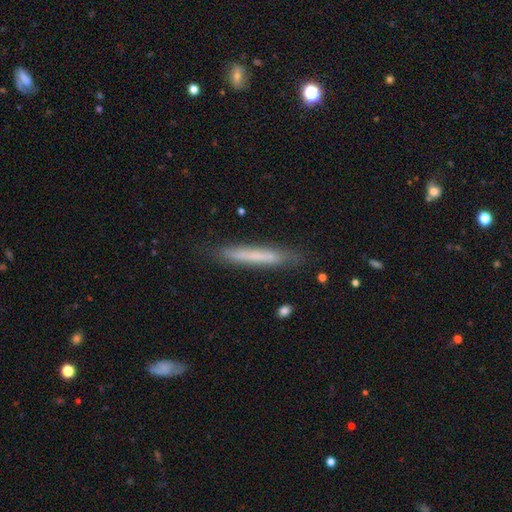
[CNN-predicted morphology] The model was most divided on "smooth or featured": smooth: 63%, featured or disk: 30%, star or artifact: 7%. More confident: how rounded — cigar-shaped (95%); merging — none (83%).